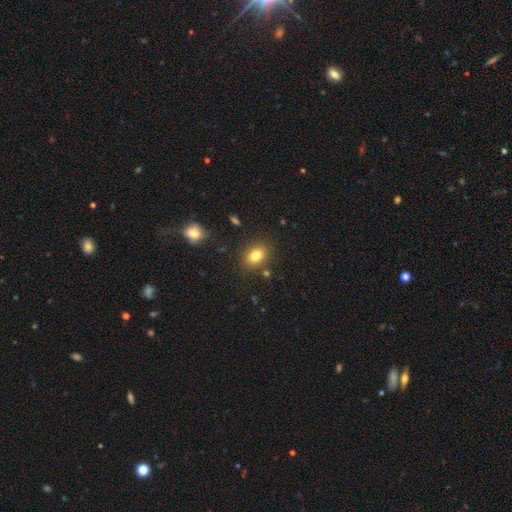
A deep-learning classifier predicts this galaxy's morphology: Overall: smooth (80%). How rounded: in between (63%; round 35%). Merging: none (83%).